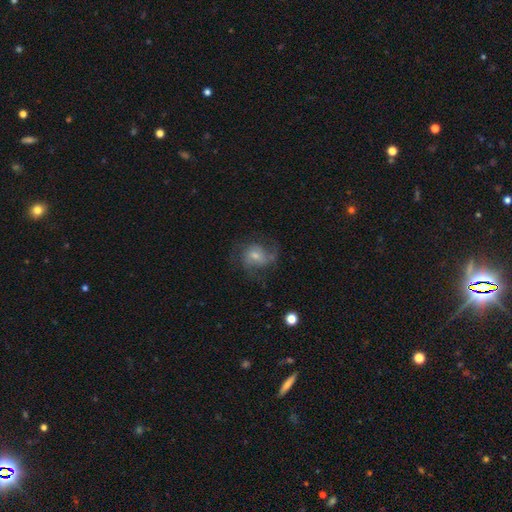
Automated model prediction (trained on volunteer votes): smooth-or-featured: featured or disk: 60% | smooth: 31% | star or artifact: 9%
  disk-edge-on: no: 98% | yes: 2%
    bar: no: 52% | weak: 41% | strong: 7%
    has-spiral-arms: yes: 83% | no: 17%
    bulge-size: moderate: 45% | small: 43% | none: 6% | large: 5% | dominant: 1%
  merging: none: 50% | major disturbance: 26% | minor disturbance: 22% | merger: 2%